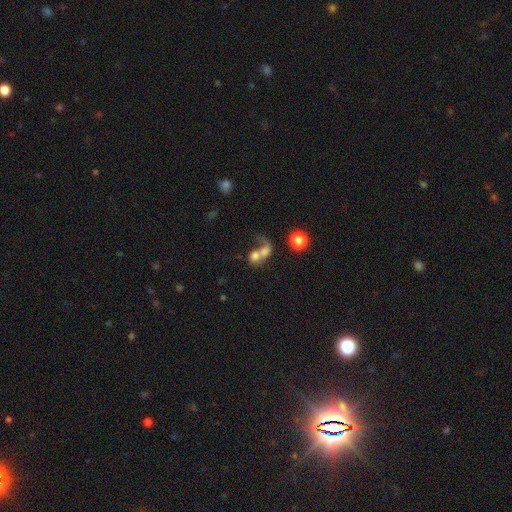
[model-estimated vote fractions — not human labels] A smooth galaxy with no disk features (59%) that is round (58%). Merging: merger (65%).